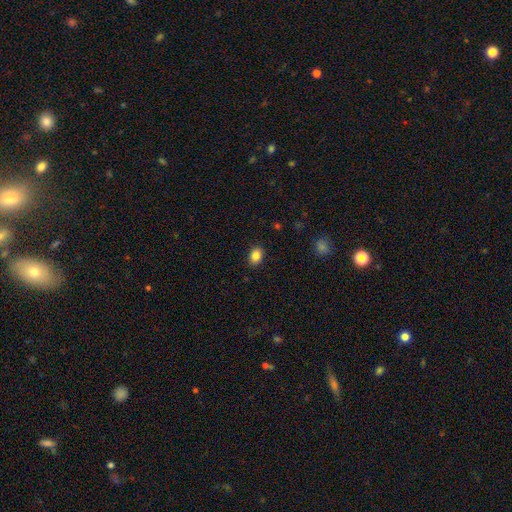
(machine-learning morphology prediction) Smooth or featured? Predicted: smooth (p=0.85). How rounded? Predicted: in between (p=0.68). Merging? Predicted: none (p=0.88).